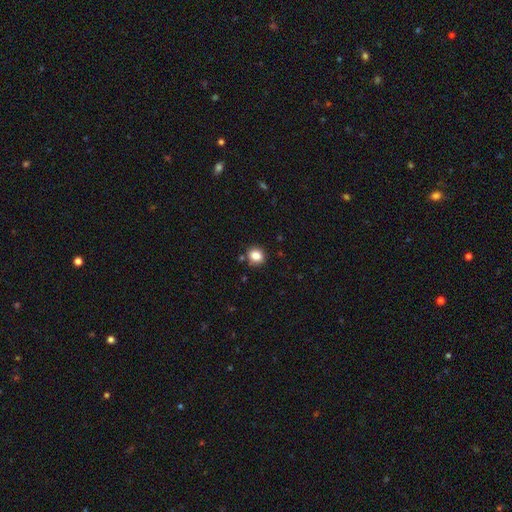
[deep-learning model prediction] smooth-or-featured: smooth: 84% | star or artifact: 11% | featured or disk: 5%
  how-rounded: round: 78% | in between: 21% | cigar-shaped: 1%
  merging: none: 84% | minor disturbance: 9% | merger: 4% | major disturbance: 2%